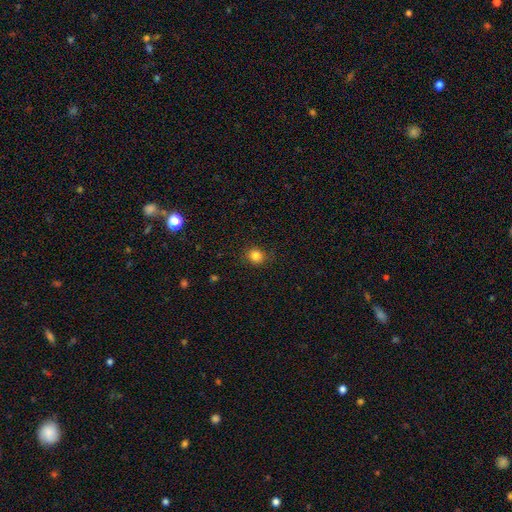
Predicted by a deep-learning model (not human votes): Smooth or featured? smooth (83%)
How rounded? round (82%)
Merging? none (87%)